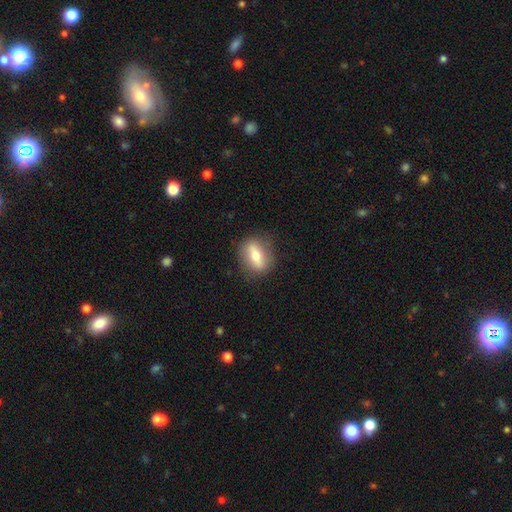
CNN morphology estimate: smooth_or_featured: smooth (p=0.53) [alt: featured or disk p=0.40]
how_rounded: in between (p=0.61) [alt: round p=0.28]
merging: none (p=0.83) [alt: minor disturbance p=0.12]